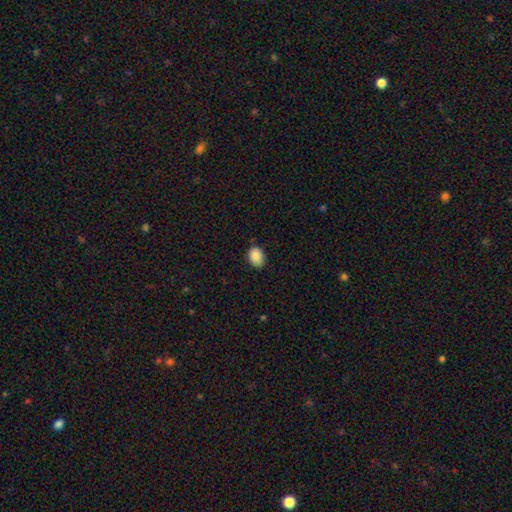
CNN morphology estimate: This appears to be a smooth galaxy with no disk features (86%) that is in between round and cigar-shaped (61%). Merging: none (80%).